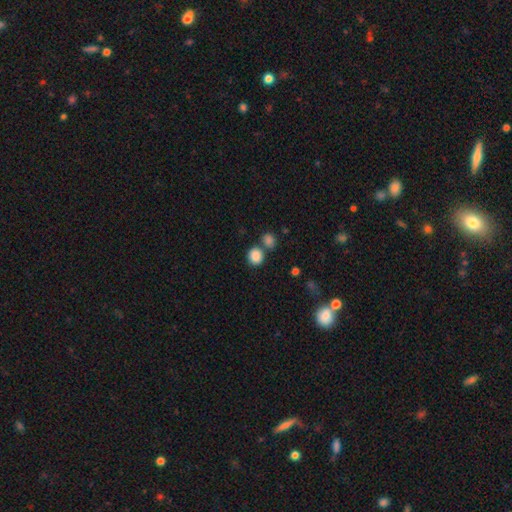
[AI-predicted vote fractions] A smooth galaxy with no disk features (86%) that is round (82%).

Vote fractions:
- Smooth or featured? smooth: 86% / star or artifact: 9% / featured or disk: 4%
- How rounded? round: 82% / in between: 17% / cigar-shaped: 1%
- Merging? none: 66% / merger: 22% / minor disturbance: 9% / major disturbance: 3%